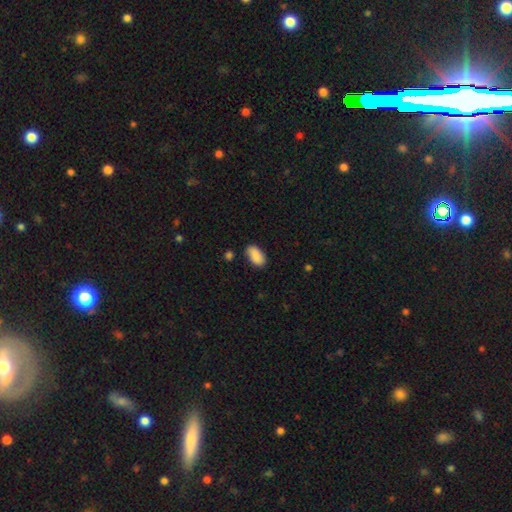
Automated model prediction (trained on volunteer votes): A smooth galaxy with no disk features (88%) that is in between round and cigar-shaped (94%).

Vote fractions:
- Smooth or featured? smooth: 88% / star or artifact: 7% / featured or disk: 5%
- How rounded? in between: 94% / round: 4% / cigar-shaped: 2%
- Merging? none: 79% / minor disturbance: 16% / major disturbance: 3% / merger: 2%